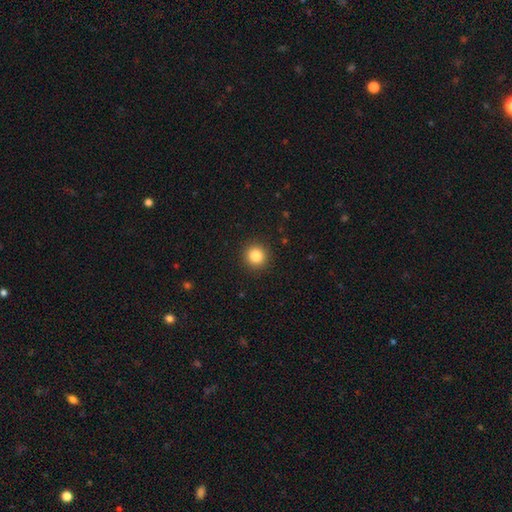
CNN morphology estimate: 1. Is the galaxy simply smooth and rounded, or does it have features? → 84% smooth, 11% star or artifact, 5% featured or disk.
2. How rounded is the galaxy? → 93% round, 6% in between, 1% cigar-shaped.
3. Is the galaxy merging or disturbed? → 92% none, 5% minor disturbance, 2% major disturbance, 1% merger.